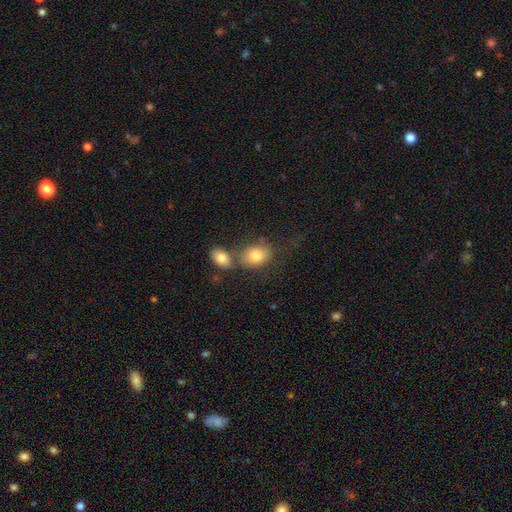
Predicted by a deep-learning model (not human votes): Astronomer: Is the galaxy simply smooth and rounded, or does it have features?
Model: smooth — 79%.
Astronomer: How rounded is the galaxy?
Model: in between — 70%.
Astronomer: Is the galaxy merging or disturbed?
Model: none — 46% (runner-up: merger, 34%).